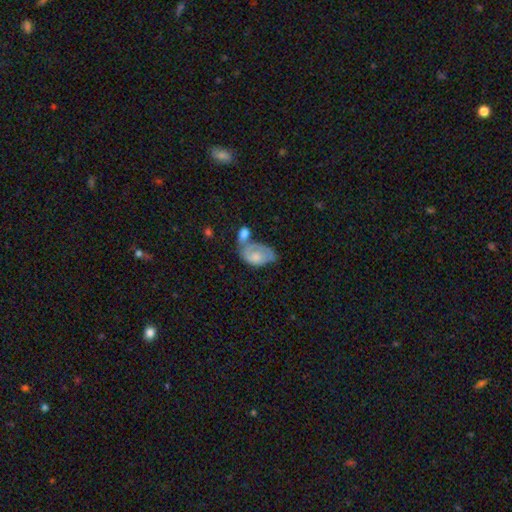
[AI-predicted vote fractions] smooth_or_featured: smooth (p=0.52) [alt: featured or disk p=0.41]
how_rounded: in between (p=0.89) [alt: round p=0.09]
merging: merger (p=0.38) [alt: none p=0.21]